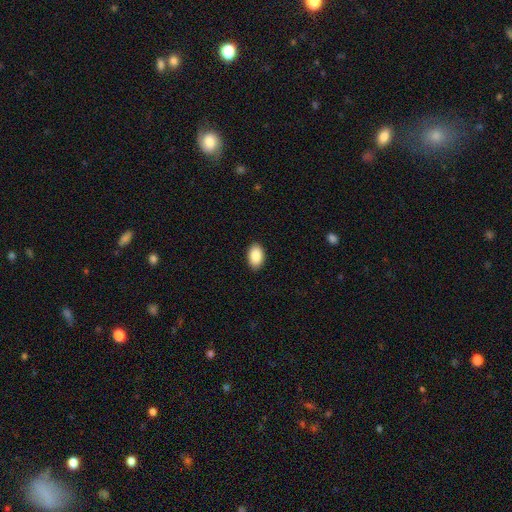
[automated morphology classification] Smooth or featured? Predicted: smooth (p=0.90). How rounded? Predicted: in between (p=0.92). Merging? Predicted: none (p=0.89).